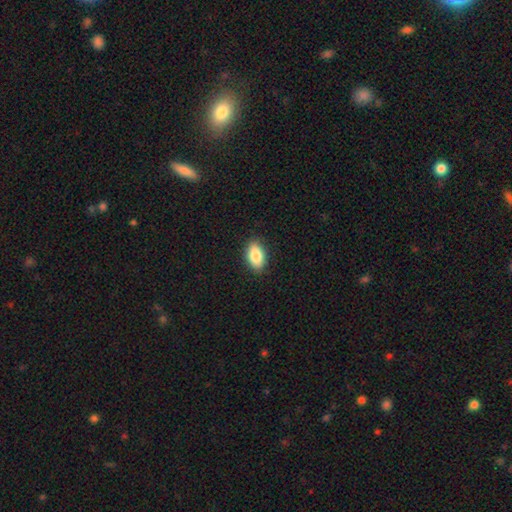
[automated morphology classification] Smooth or featured? smooth (86%)
How rounded? in between (91%)
Merging? none (89%)